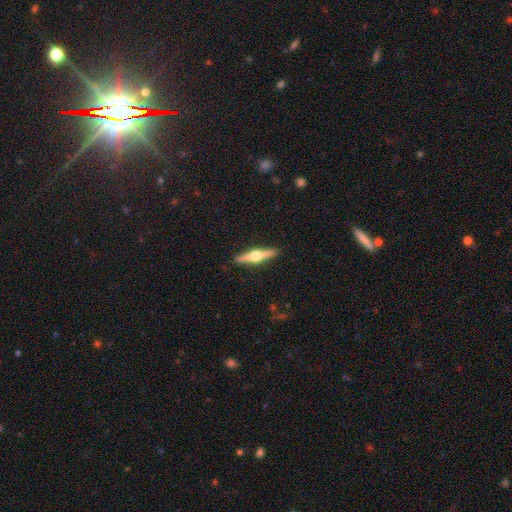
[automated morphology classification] featured or disk 74%, smooth 21%, star or artifact 5%. Down the decision tree: edge-on disk — yes (98%); edge-on bulge — rounded (96%); merging — none (91%).